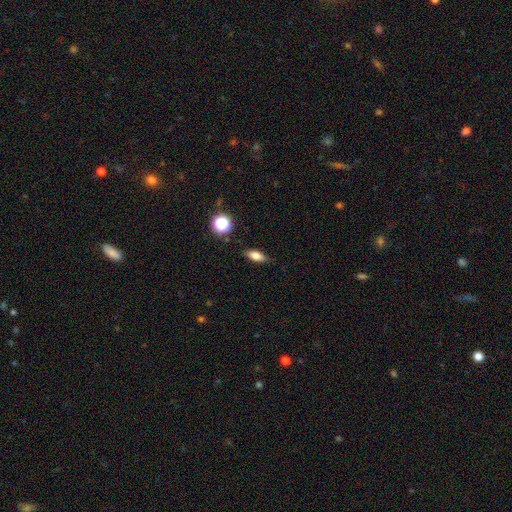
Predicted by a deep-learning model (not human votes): Smooth or featured? smooth (75%)
How rounded? in between (70%)
Merging? none (84%)